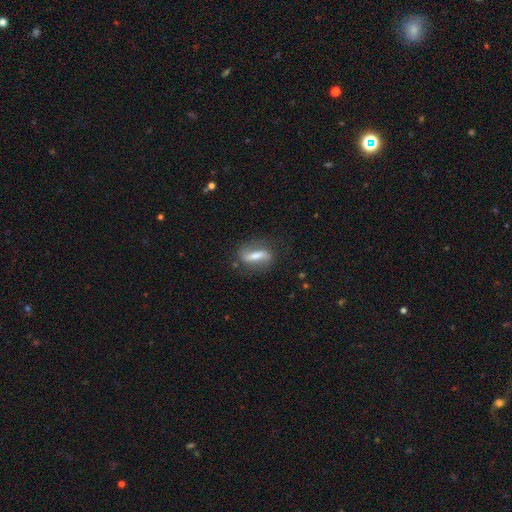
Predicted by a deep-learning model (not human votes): This is possibly a featured or disk galaxy (49%). Merging: likely none (71%).